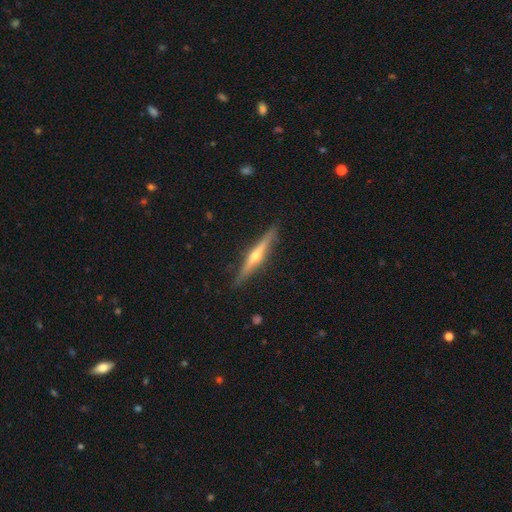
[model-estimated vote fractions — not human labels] This appears to be a featured or disk galaxy (74%) viewed edge-on (97%) with a rounded central bulge (90%). Merging: none (89%).